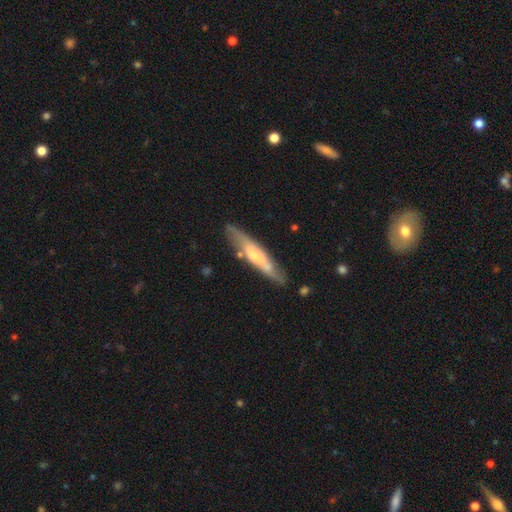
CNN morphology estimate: The model was most divided on "smooth or featured": featured or disk: 50%, smooth: 44%, star or artifact: 5%. More confident: merging — none (75%); edge-on disk — yes (72%).